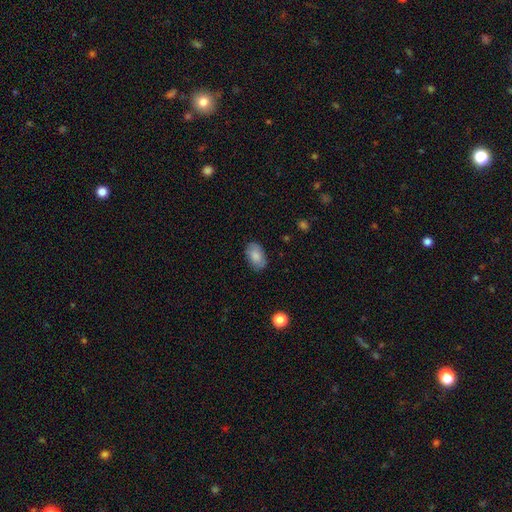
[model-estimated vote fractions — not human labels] Smooth or featured?
  - smooth: 81% *
  - featured or disk: 12%
  - star or artifact: 7%
How rounded?
  - in between: 92% *
  - round: 7%
  - cigar-shaped: 1%
Merging?
  - none: 82% *
  - minor disturbance: 14%
  - major disturbance: 3%
  - merger: 1%